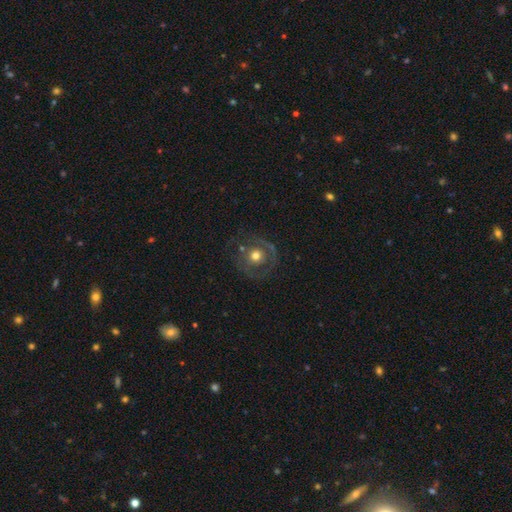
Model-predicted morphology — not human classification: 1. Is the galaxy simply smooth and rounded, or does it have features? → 51% featured or disk, 40% smooth, 8% star or artifact.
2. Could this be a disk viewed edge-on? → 96% no, 4% yes.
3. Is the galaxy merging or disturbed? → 68% none, 16% minor disturbance, 13% major disturbance, 3% merger.